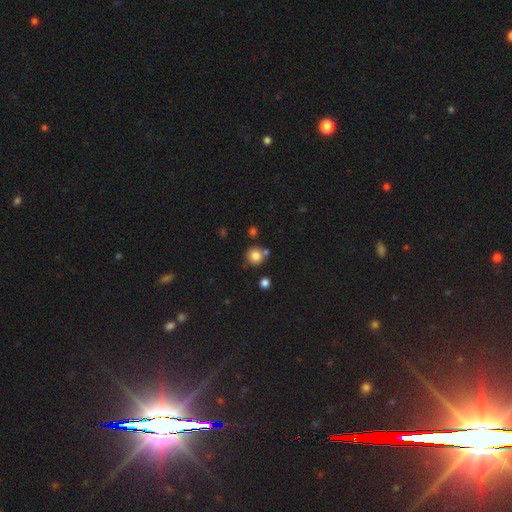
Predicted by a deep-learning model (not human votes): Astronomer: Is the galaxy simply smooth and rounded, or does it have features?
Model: smooth — 82%.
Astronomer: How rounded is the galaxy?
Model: round — 91%.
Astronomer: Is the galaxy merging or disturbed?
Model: none — 72%.